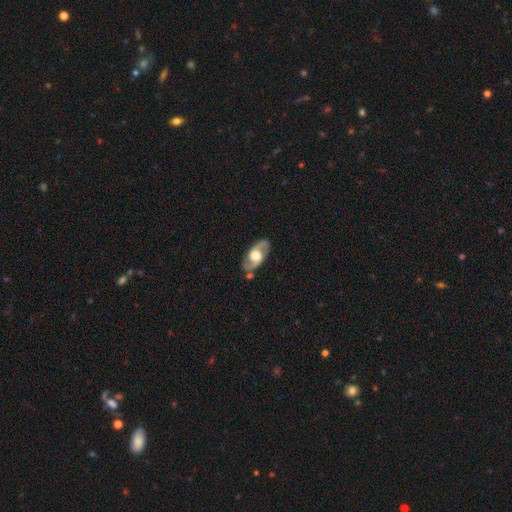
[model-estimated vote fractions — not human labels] Q: Smooth or featured?
A: featured or disk (76%); runner-up: smooth (19%)
Q: Edge-on disk?
A: no (90%); runner-up: yes (10%)
Q: Bar?
A: no (57%); runner-up: weak (33%)
Q: Spiral arms?
A: yes (82%); runner-up: no (18%)
Q: Spiral winding?
A: medium (51%); runner-up: loose (30%)
Q: Spiral arm count?
A: 2 (90%); runner-up: can't tell (5%)
Q: Bulge size?
A: large (47%); runner-up: moderate (42%)
Q: Merging?
A: none (80%); runner-up: minor disturbance (13%)